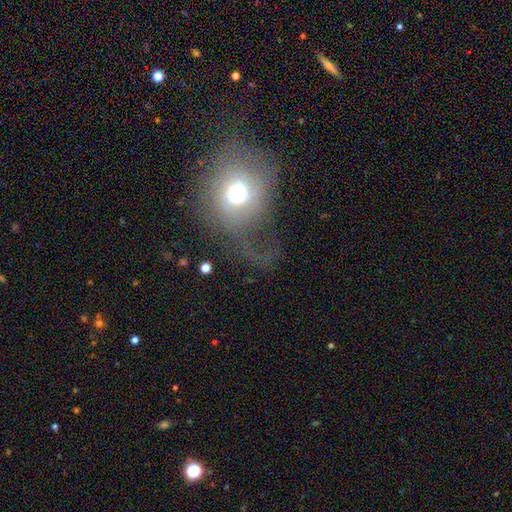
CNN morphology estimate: Smooth or featured? Predicted: smooth (p=0.51). How rounded? Predicted: round (p=0.75). Merging? Predicted: major disturbance (p=0.38).